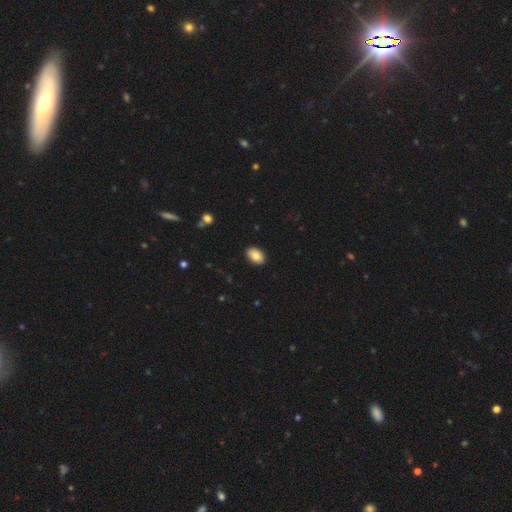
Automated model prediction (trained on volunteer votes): A smooth galaxy with no disk features (84%) that is in between round and cigar-shaped (87%). Merging: none (89%).